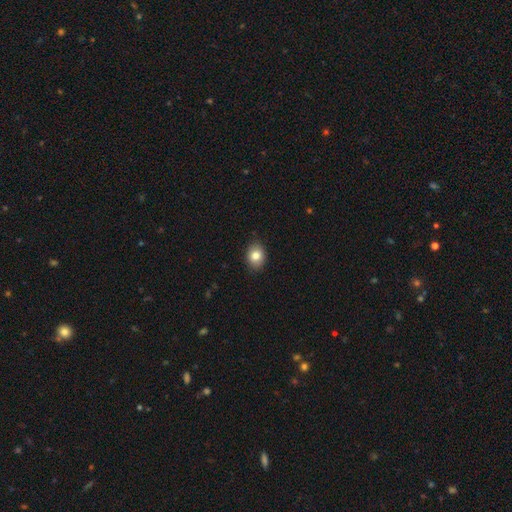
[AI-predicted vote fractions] smooth-or-featured: smooth: 83% | star or artifact: 9% | featured or disk: 8%
  how-rounded: in between: 58% | round: 41% | cigar-shaped: 1%
  merging: none: 88% | minor disturbance: 9% | major disturbance: 2% | merger: 1%